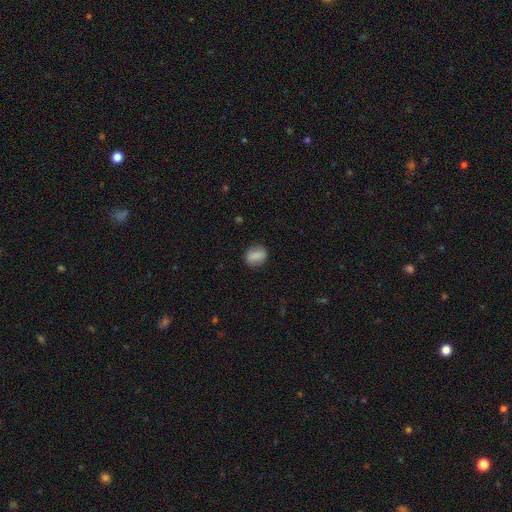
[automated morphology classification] Overall: smooth (81%). How rounded: in between (54%; round 42%). Merging: none (85%).